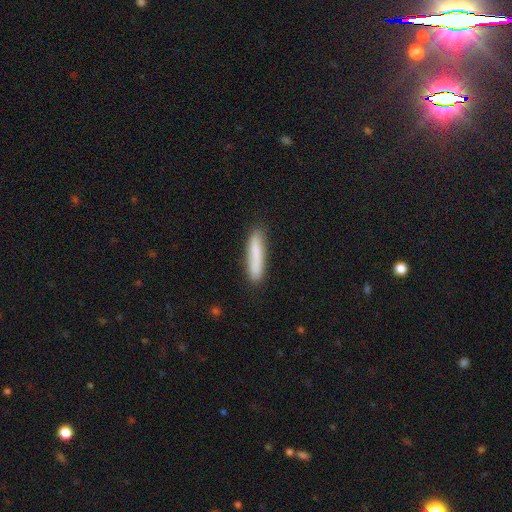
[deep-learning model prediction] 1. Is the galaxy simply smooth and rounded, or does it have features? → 81% smooth, 13% featured or disk, 6% star or artifact.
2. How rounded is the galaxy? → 88% cigar-shaped, 11% in between, 1% round.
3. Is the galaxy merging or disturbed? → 85% none, 11% minor disturbance, 2% major disturbance, 1% merger.